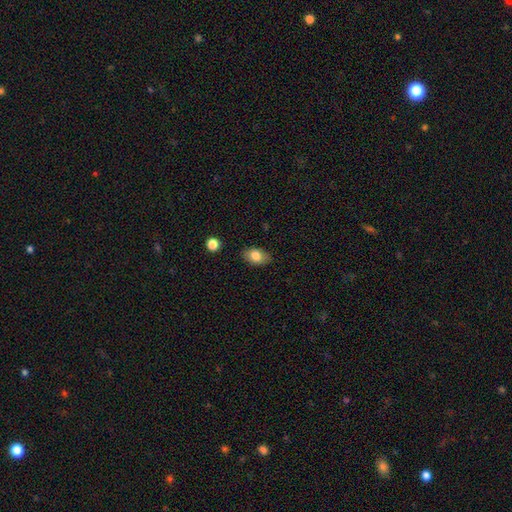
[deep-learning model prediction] Smooth or featured? smooth (81%)
How rounded? in between (88%)
Merging? none (84%)